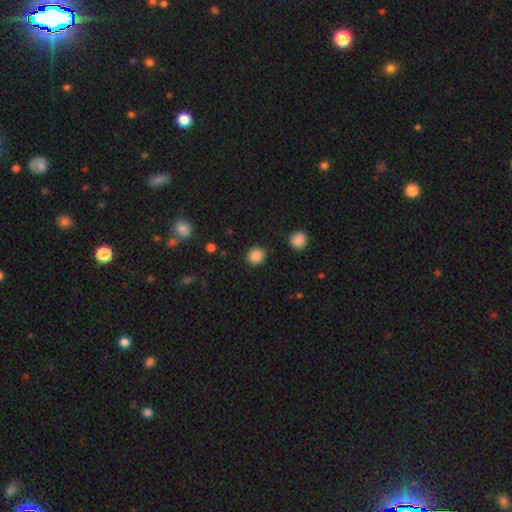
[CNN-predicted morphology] Overall: smooth (86%). How rounded: round (86%). Merging: none (90%).